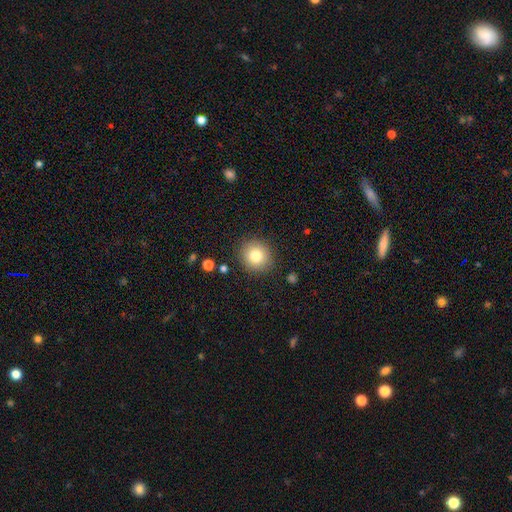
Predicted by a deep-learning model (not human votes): Overall: smooth (81%). How rounded: round (88%). Merging: none (88%).